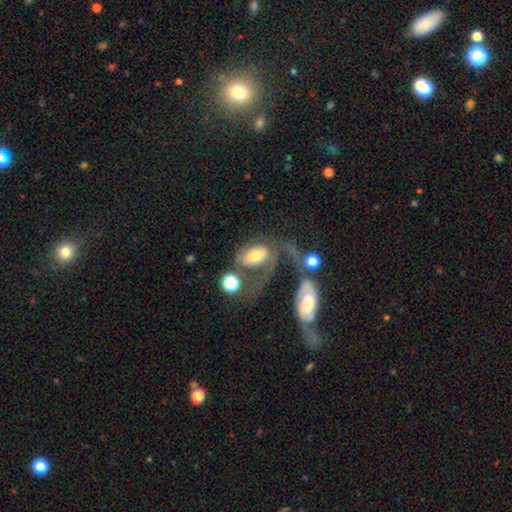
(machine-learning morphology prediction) This is possibly a smooth galaxy (46%). Merging: marginally major disturbance (35%).